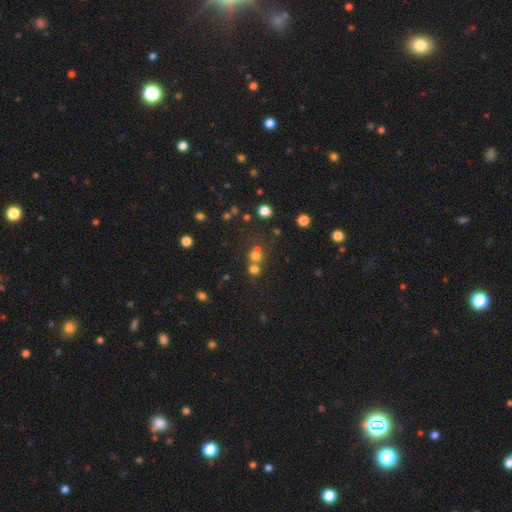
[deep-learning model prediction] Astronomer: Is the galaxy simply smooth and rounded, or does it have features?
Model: smooth — 67%.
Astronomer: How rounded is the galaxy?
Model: round — 80%.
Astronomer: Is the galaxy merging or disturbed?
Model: none — 46% (runner-up: merger, 41%).